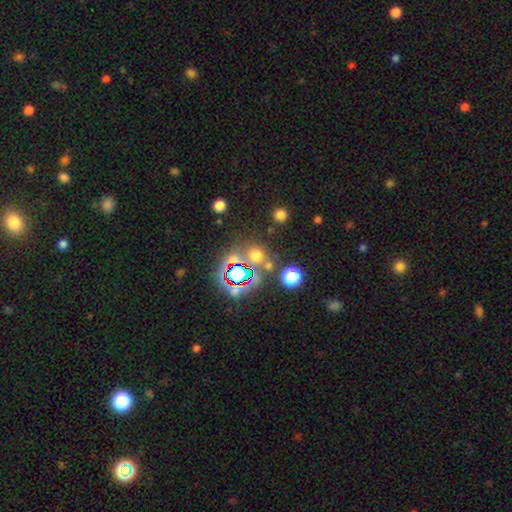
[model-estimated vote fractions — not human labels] Smooth or featured?
  - smooth: 54% *
  - star or artifact: 37%
  - featured or disk: 9%
How rounded?
  - round: 85% *
  - in between: 14%
  - cigar-shaped: 1%
Merging?
  - none: 69% *
  - merger: 16%
  - minor disturbance: 9%
  - major disturbance: 5%